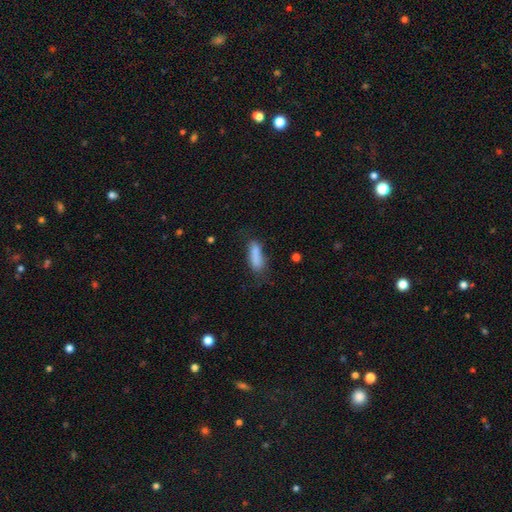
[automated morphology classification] Q: Smooth or featured?
A: smooth (81%); runner-up: featured or disk (10%)
Q: How rounded?
A: in between (60%); runner-up: cigar-shaped (38%)
Q: Merging?
A: none (52%); runner-up: minor disturbance (28%)